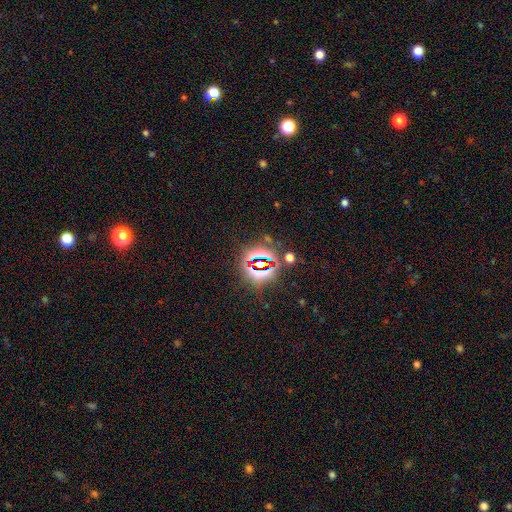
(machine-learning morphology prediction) Overall: star or artifact (80%).